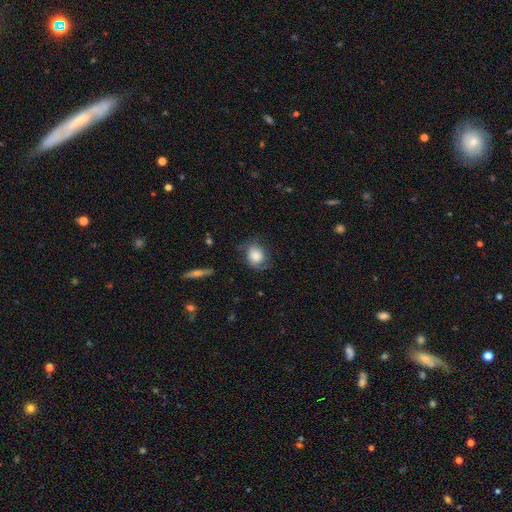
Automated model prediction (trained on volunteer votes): A smooth galaxy with no disk features (55%) that is round (64%). Merging: none (58%).